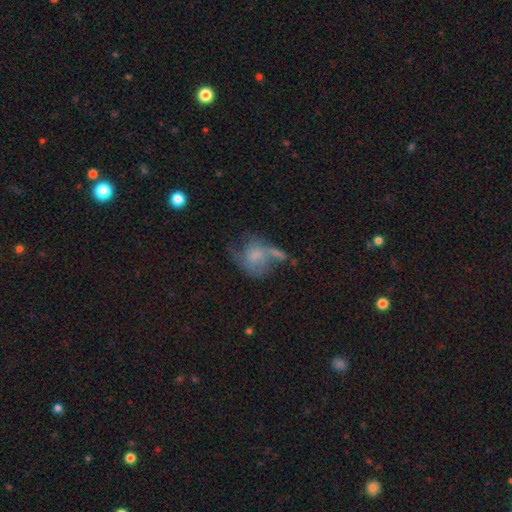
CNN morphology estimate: smooth-or-featured: featured or disk: 48% | smooth: 42% | star or artifact: 10%
  merging: major disturbance: 30% | none: 29% | minor disturbance: 21% | merger: 20%